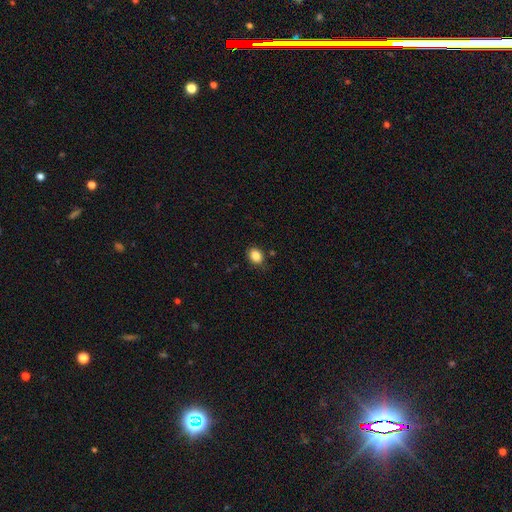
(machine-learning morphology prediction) The model was most divided on "how rounded": in between: 60%, round: 39%, cigar-shaped: 1%. More confident: smooth or featured — smooth (86%); merging — none (81%).